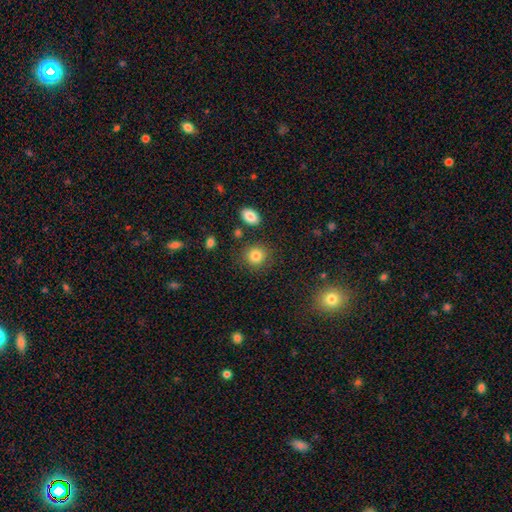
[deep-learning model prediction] This appears to be a smooth galaxy with no disk features (83%) that is round (85%). Merging: none (83%).